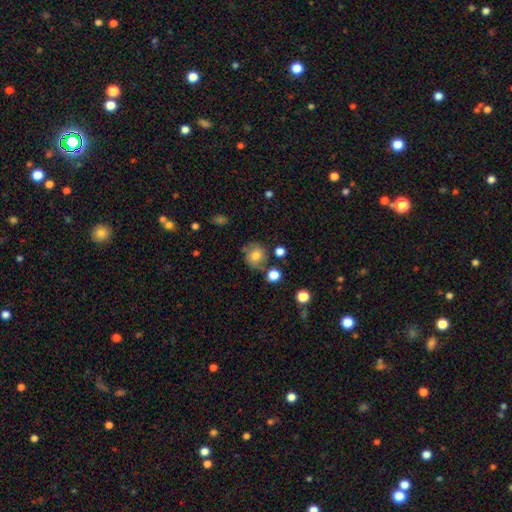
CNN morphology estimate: Smooth or featured? smooth (72%)
How rounded? round (83%)
Merging? none (72%)